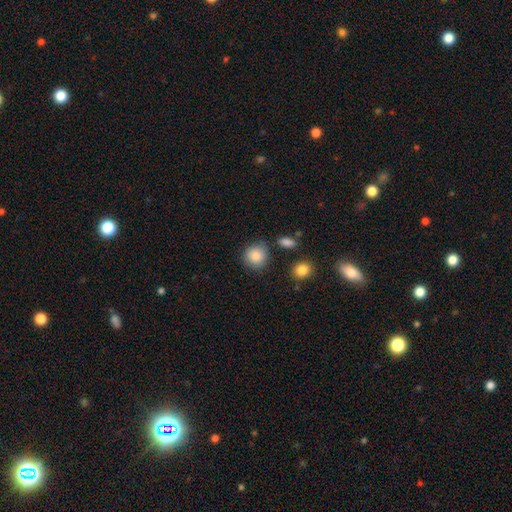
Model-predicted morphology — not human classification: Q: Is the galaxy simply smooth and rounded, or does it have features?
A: smooth — 87%.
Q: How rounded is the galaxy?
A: round — 87%.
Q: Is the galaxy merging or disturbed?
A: none — 77%.